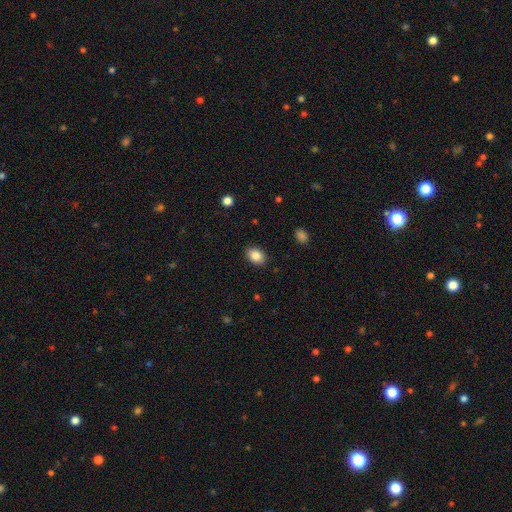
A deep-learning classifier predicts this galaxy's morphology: This is clearly a smooth galaxy (86%). How rounded: likely in between (80%). Merging: clearly none (88%).